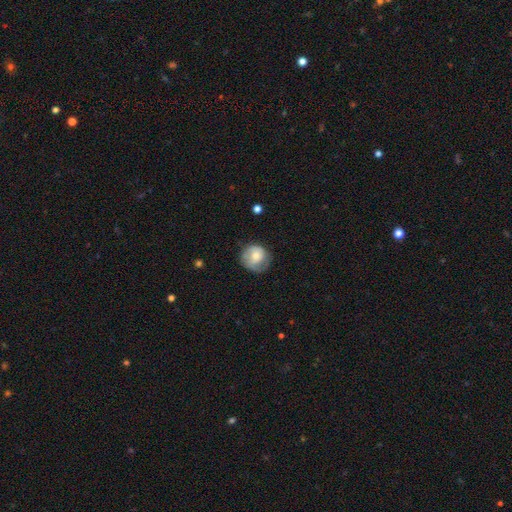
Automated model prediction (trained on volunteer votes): Smooth or featured?
  - smooth: 64% *
  - featured or disk: 28%
  - star or artifact: 7%
How rounded?
  - round: 86% *
  - in between: 13%
  - cigar-shaped: 1%
Merging?
  - none: 63% *
  - minor disturbance: 26%
  - major disturbance: 10%
  - merger: 1%